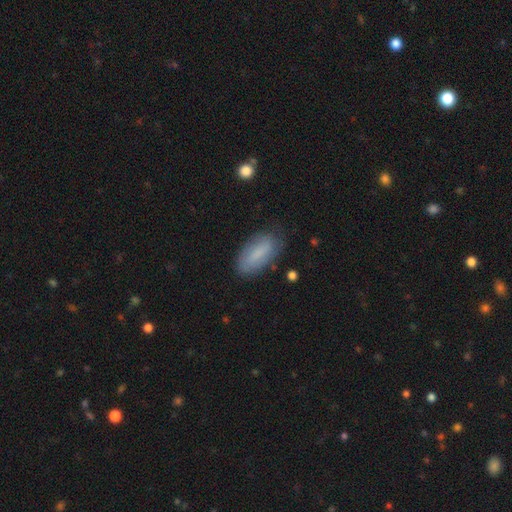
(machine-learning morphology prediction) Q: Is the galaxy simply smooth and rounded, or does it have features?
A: smooth — 73%.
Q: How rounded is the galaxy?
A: in between — 85%.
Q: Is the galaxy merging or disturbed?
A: none — 77%.